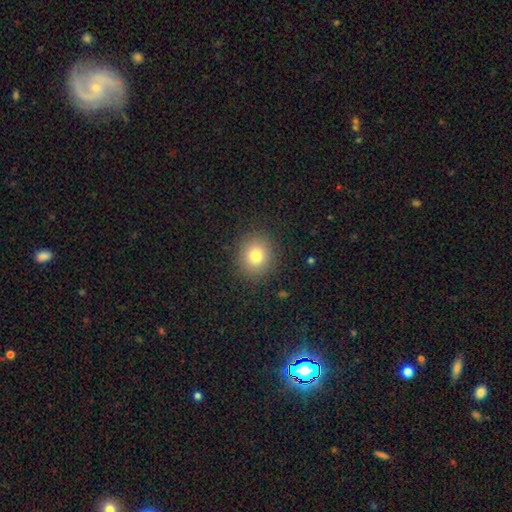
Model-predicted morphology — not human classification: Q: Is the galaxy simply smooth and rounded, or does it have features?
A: smooth — 80%.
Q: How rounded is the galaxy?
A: round — 81%.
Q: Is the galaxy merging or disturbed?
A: none — 89%.